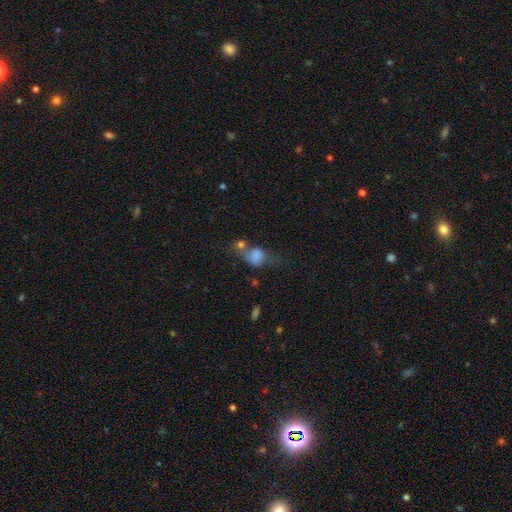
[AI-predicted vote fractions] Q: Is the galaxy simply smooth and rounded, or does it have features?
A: smooth — 71%.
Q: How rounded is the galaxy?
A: in between — 54%.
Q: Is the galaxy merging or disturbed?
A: merger — 37%.